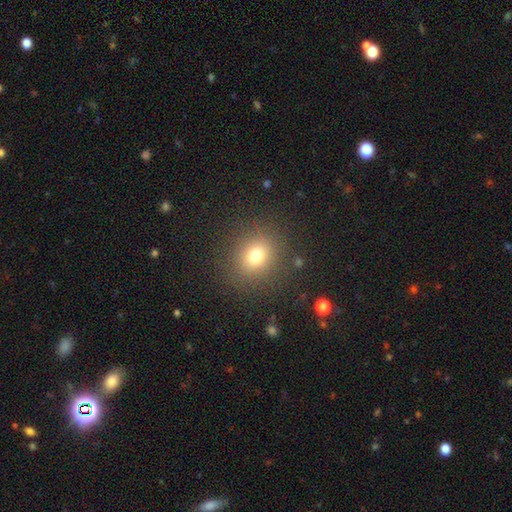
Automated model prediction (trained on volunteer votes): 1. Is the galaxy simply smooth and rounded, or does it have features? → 75% smooth, 17% star or artifact, 9% featured or disk.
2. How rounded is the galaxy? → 79% round, 20% in between, 1% cigar-shaped.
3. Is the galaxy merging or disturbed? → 87% none, 8% minor disturbance, 4% major disturbance, 1% merger.